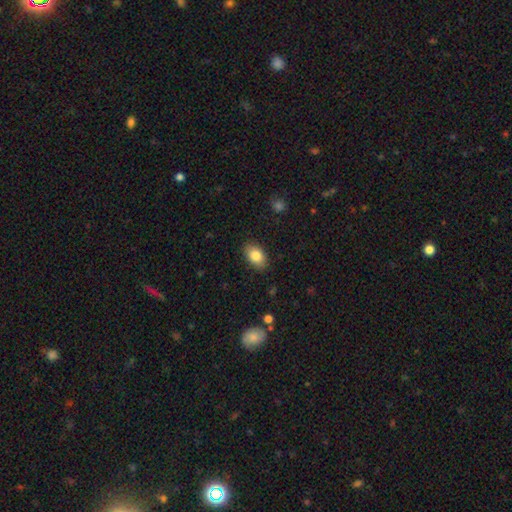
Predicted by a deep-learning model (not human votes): This is clearly a smooth galaxy (83%). How rounded: clearly in between (88%). Merging: clearly none (87%).